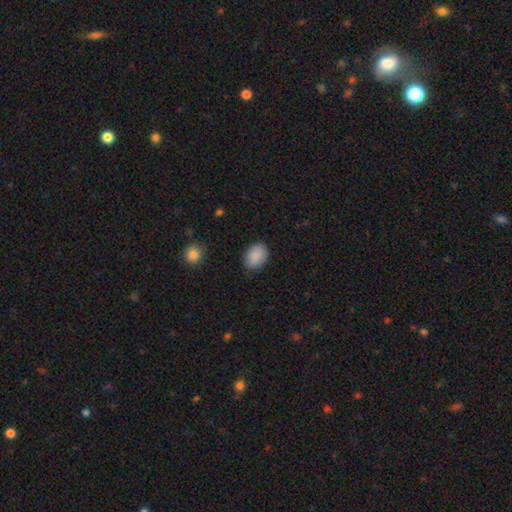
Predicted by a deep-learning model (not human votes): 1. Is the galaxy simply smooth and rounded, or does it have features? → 89% smooth, 7% star or artifact, 4% featured or disk.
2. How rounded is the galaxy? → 72% in between, 27% round, 1% cigar-shaped.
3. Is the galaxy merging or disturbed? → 84% none, 12% minor disturbance, 3% major disturbance, 1% merger.